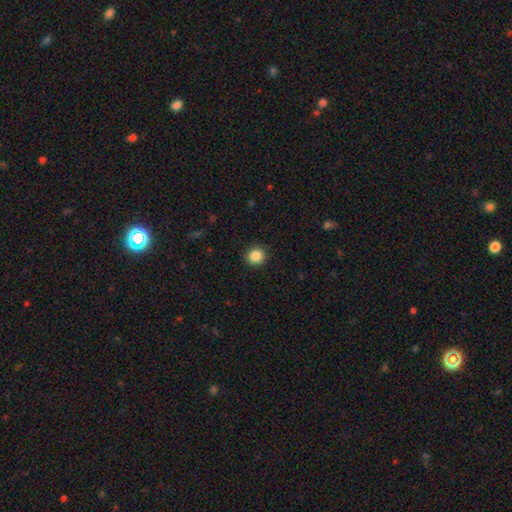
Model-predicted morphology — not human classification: type=smooth (86%); roundness=round (90%); merging=none (92%).